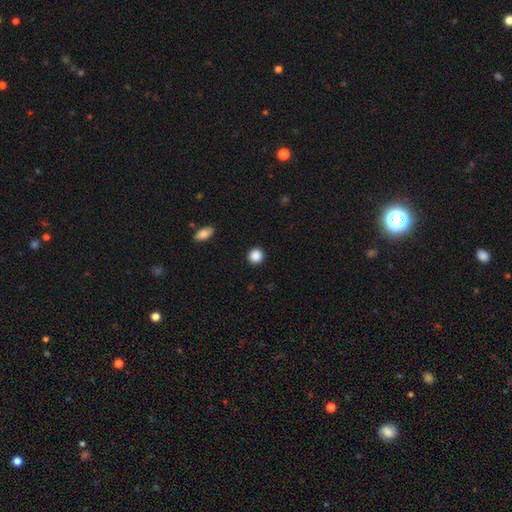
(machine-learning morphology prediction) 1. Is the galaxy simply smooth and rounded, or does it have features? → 88% smooth, 9% star or artifact, 3% featured or disk.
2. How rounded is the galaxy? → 94% round, 5% in between, 1% cigar-shaped.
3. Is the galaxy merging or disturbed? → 92% none, 5% minor disturbance, 2% major disturbance, 1% merger.